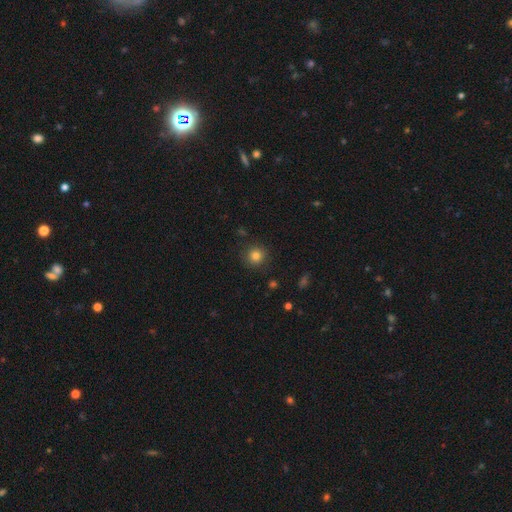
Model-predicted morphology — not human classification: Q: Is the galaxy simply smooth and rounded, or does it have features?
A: smooth — 82%.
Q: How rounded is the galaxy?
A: round — 93%.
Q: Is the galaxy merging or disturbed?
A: none — 89%.